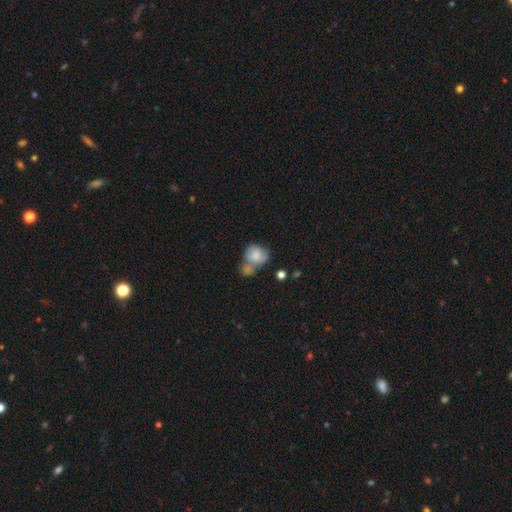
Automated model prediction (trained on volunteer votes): A smooth galaxy with no disk features (71%) that is round (65%). Merging: merger (50%).